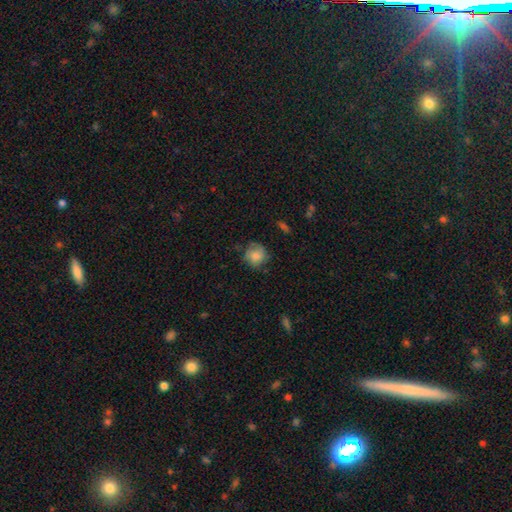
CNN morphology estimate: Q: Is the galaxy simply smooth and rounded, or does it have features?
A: smooth — 75%.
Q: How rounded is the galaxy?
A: round — 84%.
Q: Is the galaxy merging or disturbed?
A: none — 65%.